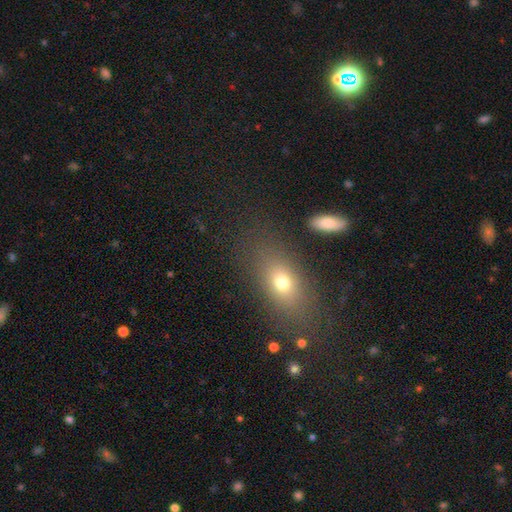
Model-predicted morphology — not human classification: A smooth galaxy with no disk features (61%) that is in between round and cigar-shaped (74%).

Vote fractions:
- Smooth or featured? smooth: 61% / star or artifact: 23% / featured or disk: 16%
- How rounded? in between: 74% / round: 17% / cigar-shaped: 9%
- Merging? none: 81% / minor disturbance: 10% / major disturbance: 4% / merger: 4%